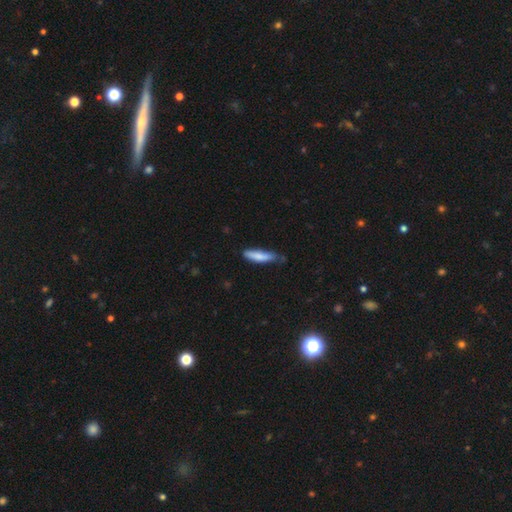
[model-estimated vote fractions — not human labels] Morphology: type=smooth (80%); roundness=cigar-shaped (75%); merging=none (57%).